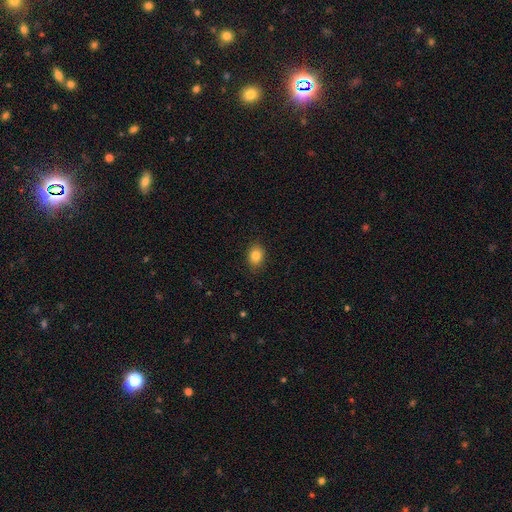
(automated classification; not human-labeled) A smooth galaxy with no disk features (85%) that is in between round and cigar-shaped (64%). Merging: none (86%).